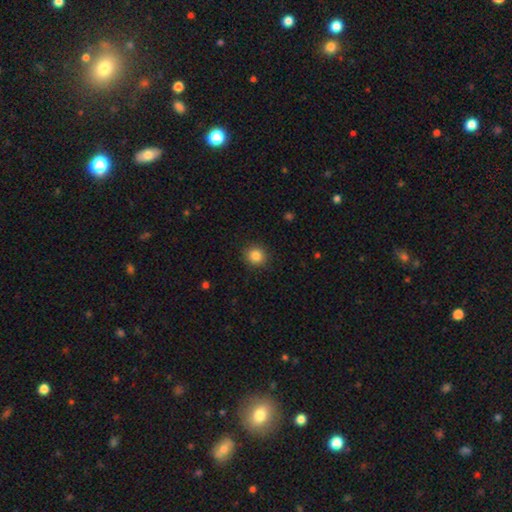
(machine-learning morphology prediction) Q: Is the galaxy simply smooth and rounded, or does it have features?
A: smooth — 85%.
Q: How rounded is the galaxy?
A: round — 87%.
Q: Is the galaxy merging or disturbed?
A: none — 90%.